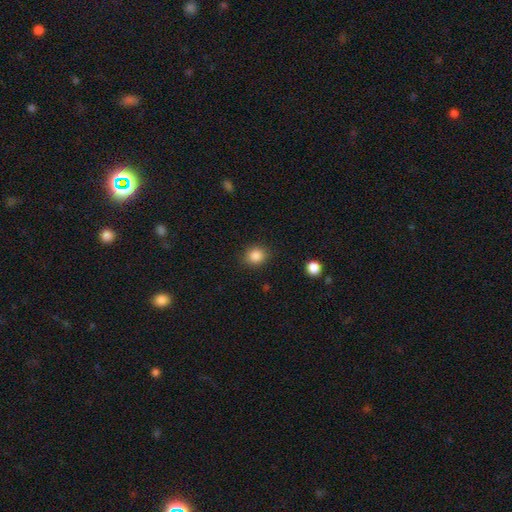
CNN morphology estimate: smooth_or_featured: smooth (p=0.86) [alt: star or artifact p=0.10]
how_rounded: round (p=0.71) [alt: in between p=0.28]
merging: none (p=0.87) [alt: minor disturbance p=0.09]